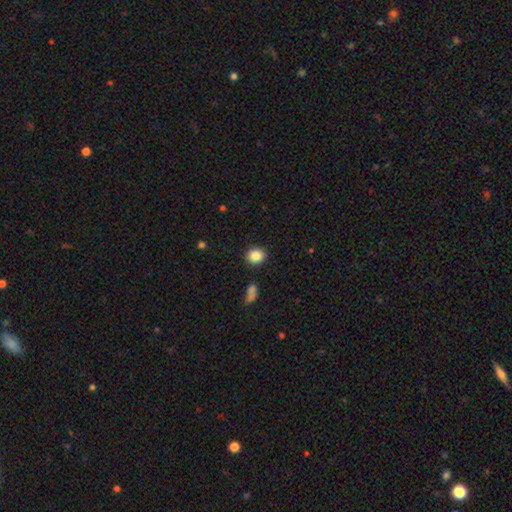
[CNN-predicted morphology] smooth 85%, star or artifact 9%, featured or disk 5%. Down the decision tree: how rounded — round (72%); merging — none (88%).